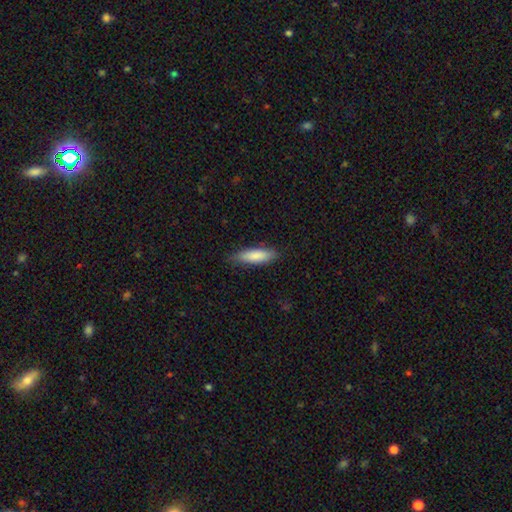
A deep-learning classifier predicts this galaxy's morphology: smooth_or_featured: smooth (p=0.83) [alt: featured or disk p=0.11]
how_rounded: cigar-shaped (p=0.56) [alt: in between p=0.42]
merging: none (p=0.80) [alt: minor disturbance p=0.16]